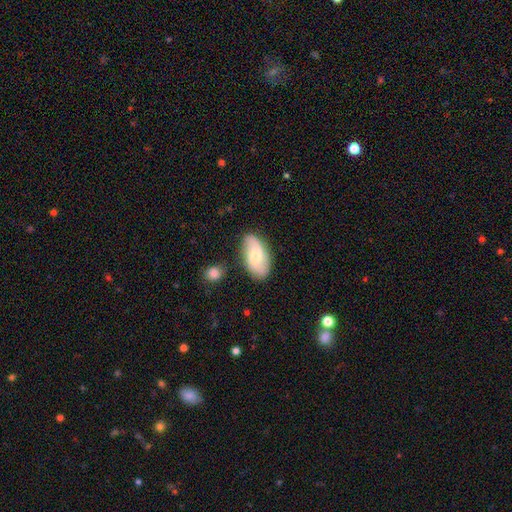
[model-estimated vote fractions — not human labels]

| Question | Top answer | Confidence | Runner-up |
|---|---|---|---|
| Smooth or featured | smooth | 57% | featured or disk (37%) |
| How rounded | in between | 93% | round (4%) |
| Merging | none | 74% | minor disturbance (17%) |